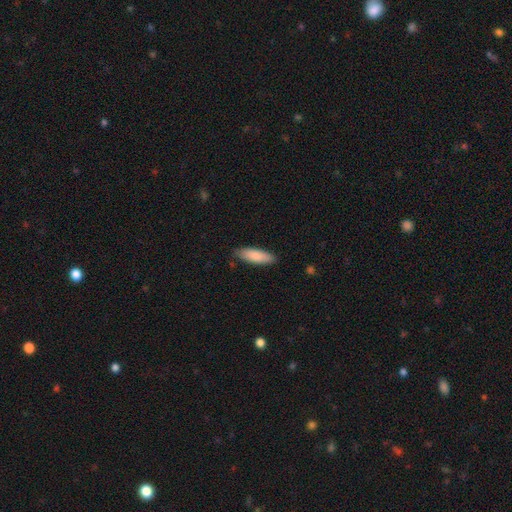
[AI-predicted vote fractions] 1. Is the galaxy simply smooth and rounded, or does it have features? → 86% smooth, 9% featured or disk, 5% star or artifact.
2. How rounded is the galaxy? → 54% in between, 44% cigar-shaped, 1% round.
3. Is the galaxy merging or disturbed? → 84% none, 13% minor disturbance, 2% major disturbance, 1% merger.